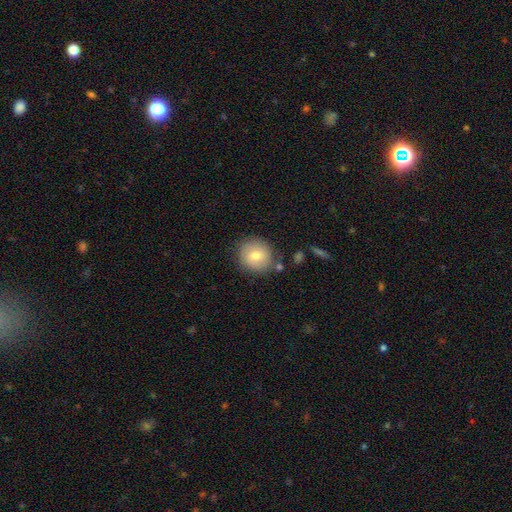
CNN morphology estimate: A smooth galaxy with no disk features (75%) that is round (90%).

Vote fractions:
- Smooth or featured? smooth: 75% / featured or disk: 16% / star or artifact: 9%
- How rounded? round: 90% / in between: 9% / cigar-shaped: 1%
- Merging? none: 81% / minor disturbance: 12% / merger: 4% / major disturbance: 3%